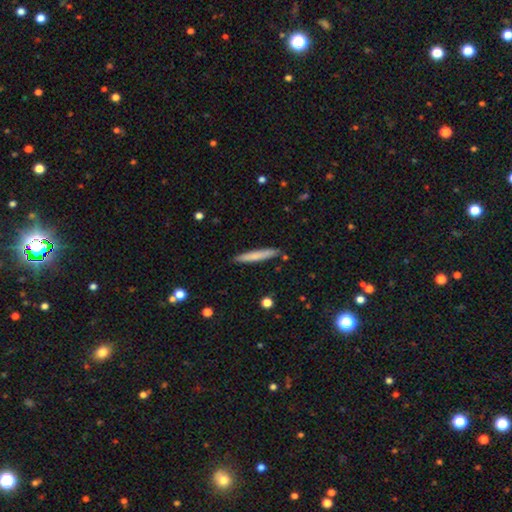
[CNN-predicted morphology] A smooth galaxy with no disk features (72%) that is cigar-shaped (95%). Merging: none (89%).